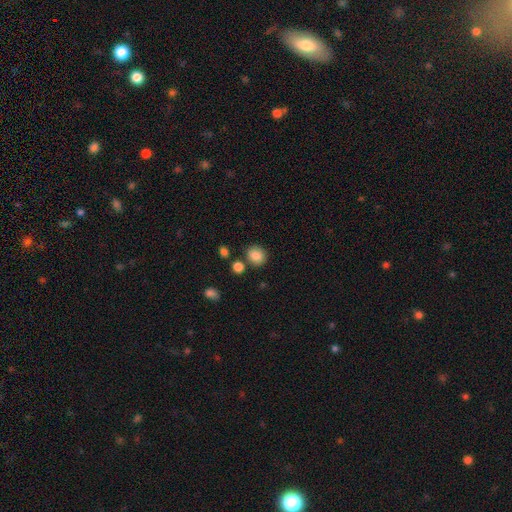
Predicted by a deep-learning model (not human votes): smooth-or-featured: smooth: 85% | star or artifact: 10% | featured or disk: 5%
  how-rounded: round: 76% | in between: 23% | cigar-shaped: 1%
  merging: none: 79% | minor disturbance: 10% | merger: 8% | major disturbance: 3%